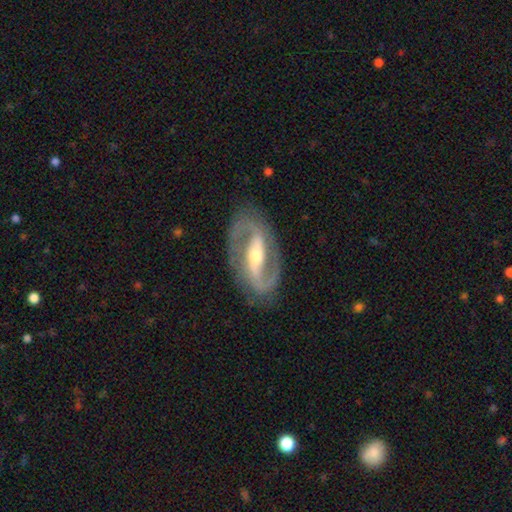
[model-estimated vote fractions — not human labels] Smooth or featured?
  - featured or disk: 91% *
  - smooth: 5%
  - star or artifact: 4%
Edge-on disk?
  - no: 96% *
  - yes: 4%
Bar?
  - strong: 59% *
  - weak: 27%
  - no: 14%
Spiral arms?
  - yes: 96% *
  - no: 4%
Spiral winding?
  - medium: 56% *
  - tight: 23%
  - loose: 21%
Spiral arm count?
  - 2: 93% *
  - can't tell: 2%
  - 1: 2%
  - 3: 1%
  - 4: 1%
  - more than 4: 1%
Bulge size?
  - moderate: 62% *
  - small: 30%
  - large: 6%
  - none: 1%
  - dominant: 1%
Merging?
  - none: 84% *
  - minor disturbance: 10%
  - major disturbance: 4%
  - merger: 1%